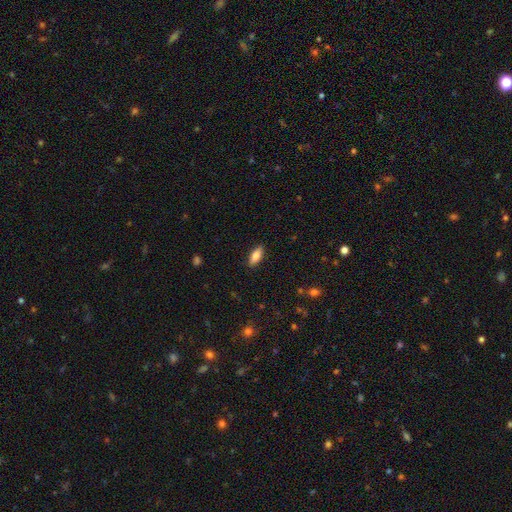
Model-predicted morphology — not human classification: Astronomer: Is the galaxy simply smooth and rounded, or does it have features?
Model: smooth — 78%.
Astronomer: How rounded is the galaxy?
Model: in between — 76%.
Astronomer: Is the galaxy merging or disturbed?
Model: none — 88%.